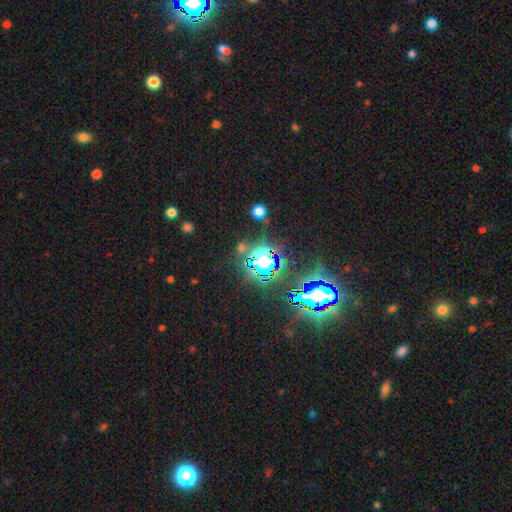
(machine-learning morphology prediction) Smooth or featured: star or artifact — 83% (smooth — 10%)